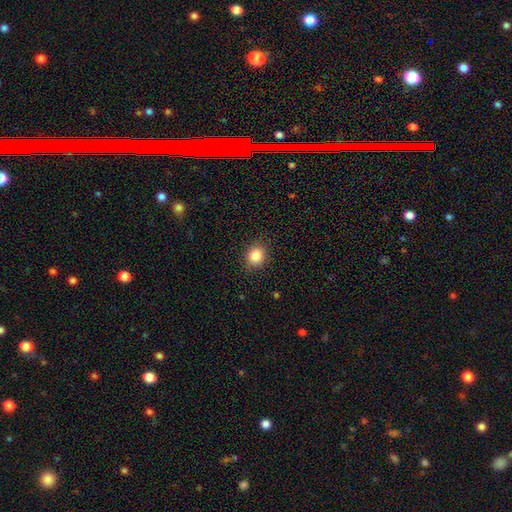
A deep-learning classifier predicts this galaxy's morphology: A smooth galaxy with no disk features (84%) that is round (76%).

Vote fractions:
- Smooth or featured? smooth: 84% / star or artifact: 11% / featured or disk: 5%
- How rounded? round: 76% / in between: 23% / cigar-shaped: 1%
- Merging? none: 89% / minor disturbance: 8% / major disturbance: 2% / merger: 1%